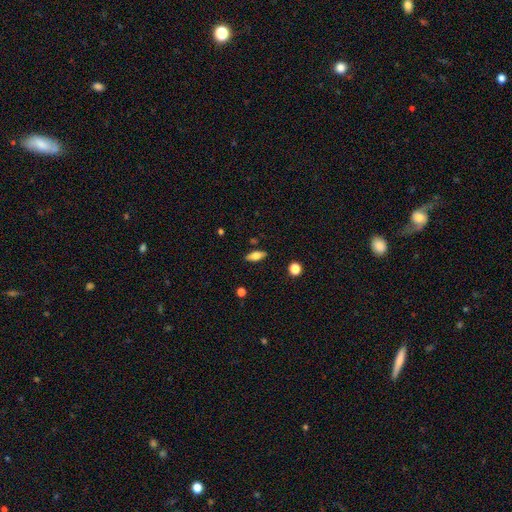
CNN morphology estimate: smooth_or_featured: smooth (p=0.68) [alt: featured or disk p=0.25]
how_rounded: in between (p=0.75) [alt: cigar-shaped p=0.22]
merging: none (p=0.87) [alt: minor disturbance p=0.09]